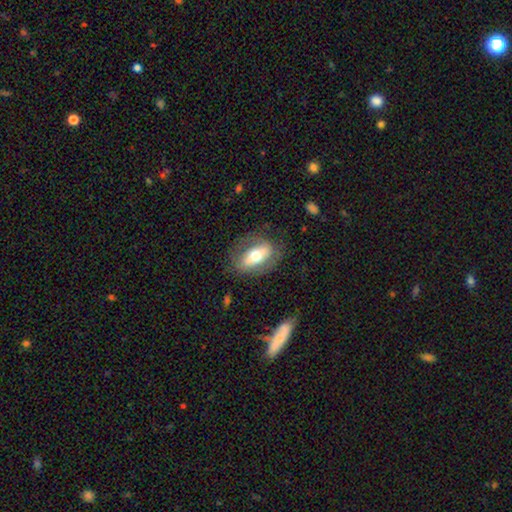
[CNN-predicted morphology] Overall: smooth (47%; featured or disk 46%). Merging: none (75%).